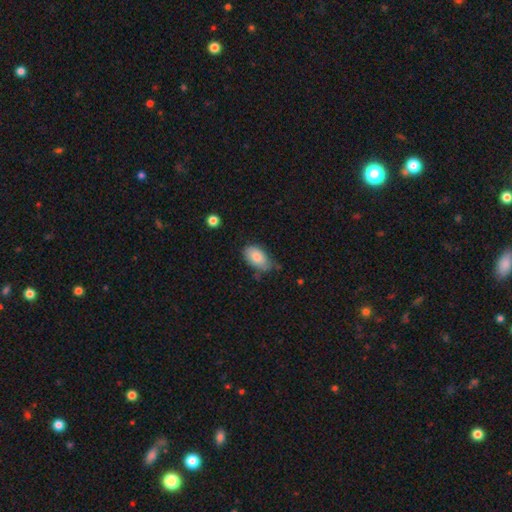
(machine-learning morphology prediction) A smooth galaxy with no disk features (78%) that is in between round and cigar-shaped (91%). Merging: none (60%).